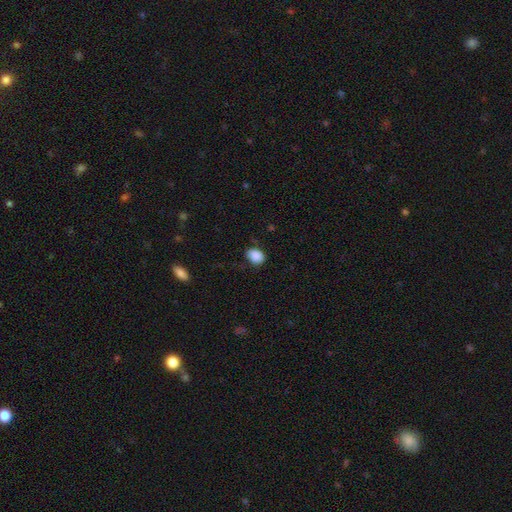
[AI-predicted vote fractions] Smooth or featured? smooth (88%)
How rounded? in between (64%)
Merging? none (74%)